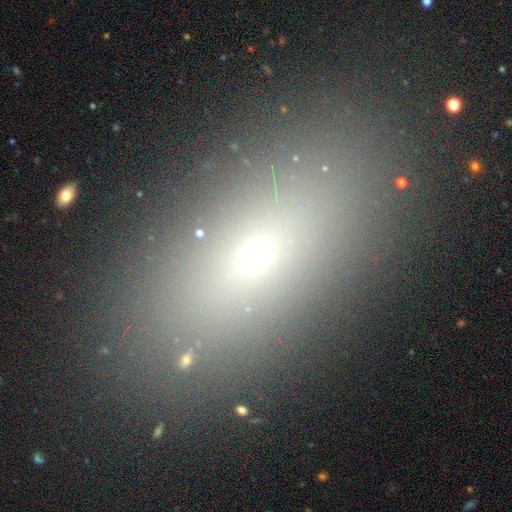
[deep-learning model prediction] Smooth or featured? smooth (59%)
How rounded? in between (80%)
Merging? none (84%)